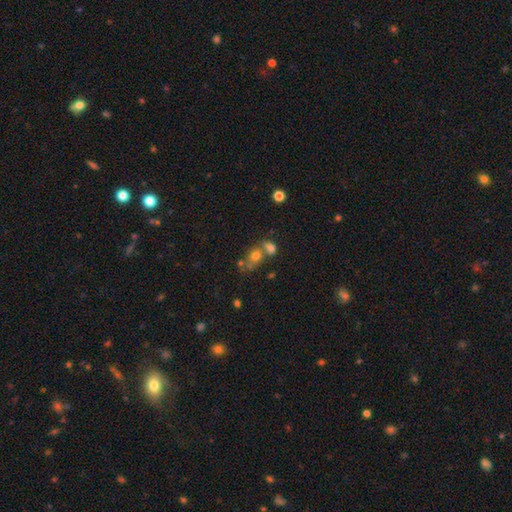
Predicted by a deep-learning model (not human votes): Smooth or featured? Predicted: smooth (p=0.66). How rounded? Predicted: in between (p=0.53). Merging? Predicted: merger (p=0.53).